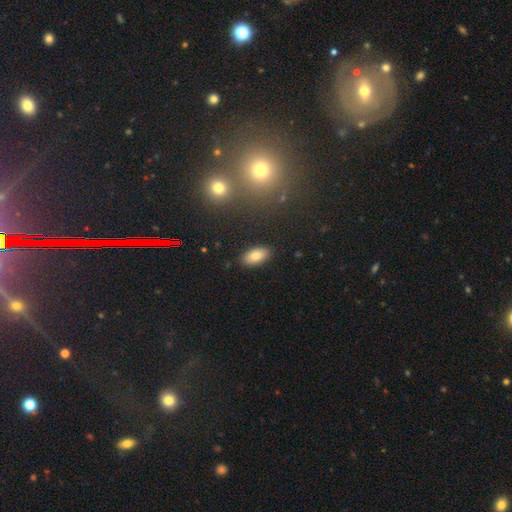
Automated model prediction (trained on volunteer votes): smooth-or-featured: smooth: 82% | featured or disk: 9% | star or artifact: 9%
  how-rounded: in between: 93% | cigar-shaped: 4% | round: 3%
  merging: none: 88% | minor disturbance: 9% | major disturbance: 2% | merger: 1%